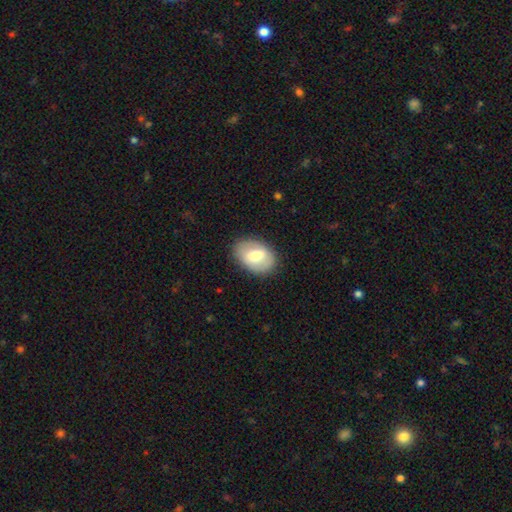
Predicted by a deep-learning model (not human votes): smooth-or-featured: smooth: 61% | featured or disk: 32% | star or artifact: 7%
  how-rounded: in between: 85% | round: 14% | cigar-shaped: 1%
  merging: none: 82% | minor disturbance: 13% | major disturbance: 4% | merger: 1%